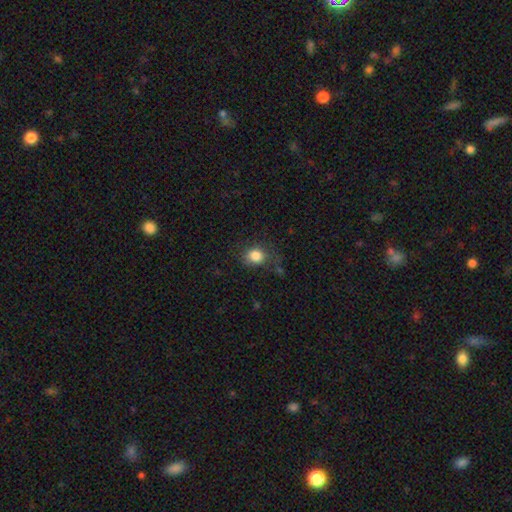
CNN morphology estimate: The model was most divided on "how rounded": round: 66%, in between: 33%, cigar-shaped: 1%. More confident: smooth or featured — smooth (83%); merging — none (70%).